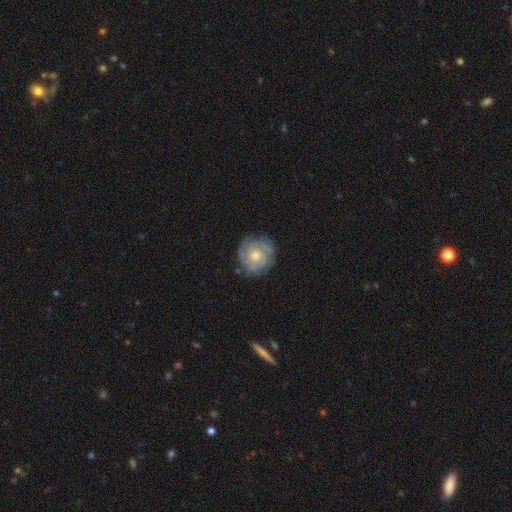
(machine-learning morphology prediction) Smooth or featured? Predicted: featured or disk (p=0.68). Edge-on disk? Predicted: no (p=0.98). Bar? Predicted: no (p=0.81). Spiral arms? Predicted: yes (p=0.84). Spiral winding? Predicted: tight (p=0.70). Spiral arm count? Predicted: can't tell (p=0.46). Bulge size? Predicted: moderate (p=0.58). Merging? Predicted: none (p=0.76).